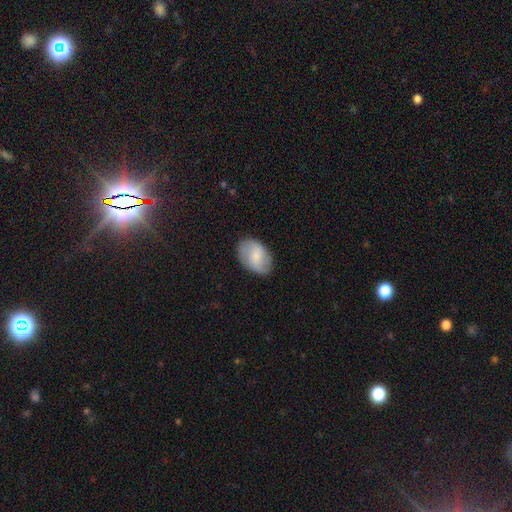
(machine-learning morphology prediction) A smooth galaxy with no disk features (59%) that is in between round and cigar-shaped (87%). Merging: none (81%).